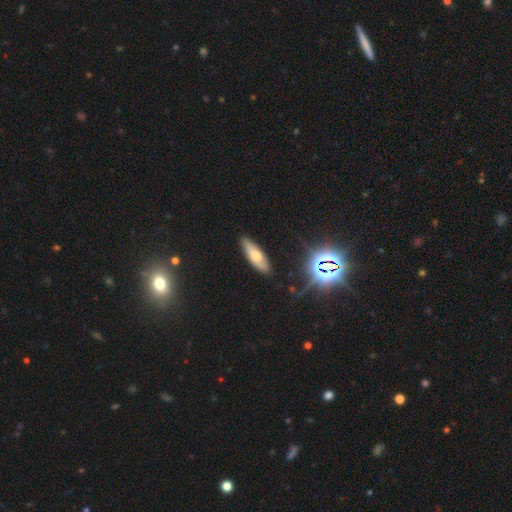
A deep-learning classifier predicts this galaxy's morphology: Q: Smooth or featured?
A: smooth (65%); runner-up: featured or disk (24%)
Q: How rounded?
A: in between (50%); runner-up: cigar-shaped (48%)
Q: Merging?
A: none (86%); runner-up: minor disturbance (10%)